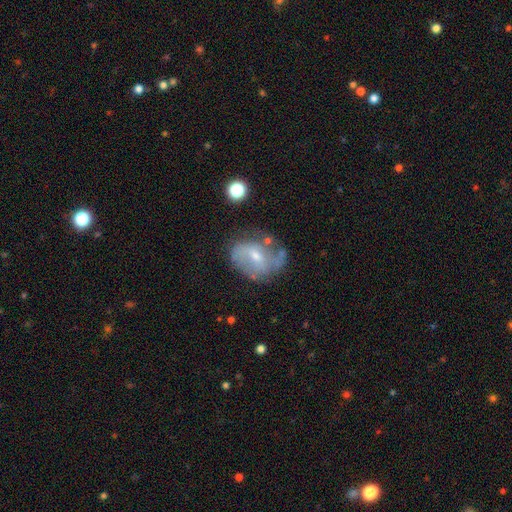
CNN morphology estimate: Overall: featured or disk (70%). Edge-on disk: no (96%). Bar: weak (45%; no 38%). Spiral arms: yes (81%). Spiral arm count: 2 (59%; can't tell 24%). Spiral winding: medium (42%; loose 30%). Bulge size: small (55%; moderate 39%). Merging: none (62%; minor disturbance 23%).